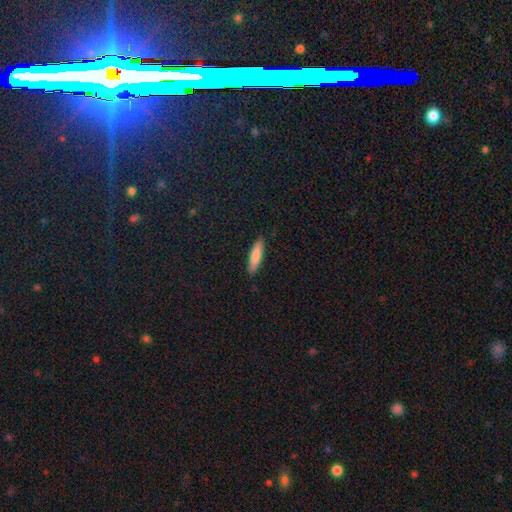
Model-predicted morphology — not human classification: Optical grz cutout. It shows a smooth galaxy with no disk features (81%) that is cigar-shaped (80%). Merging: none (89%).